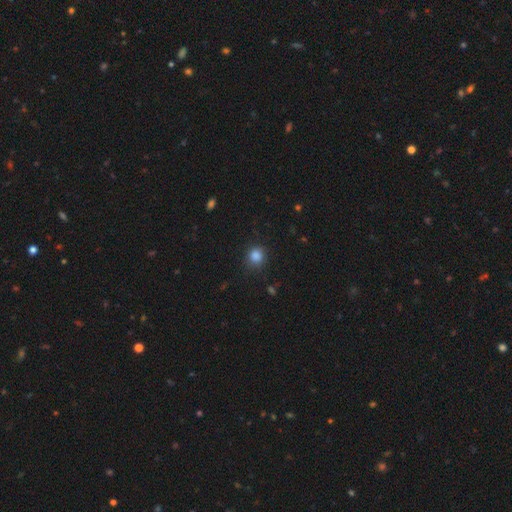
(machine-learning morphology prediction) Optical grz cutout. It shows a smooth galaxy with no disk features (85%) that is round (86%). Merging: none (83%).